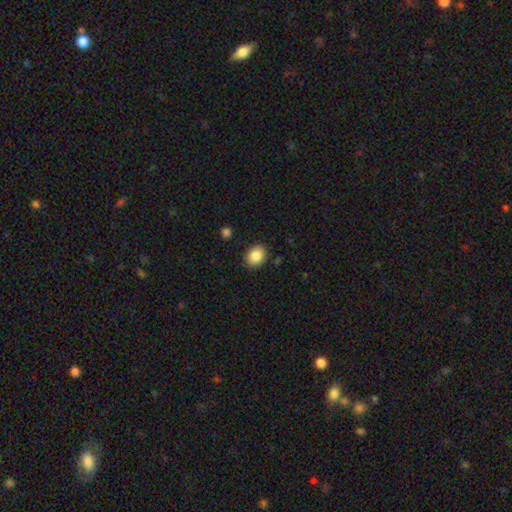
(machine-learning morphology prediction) A smooth galaxy with no disk features (87%) that is in between round and cigar-shaped (57%). Merging: none (87%).